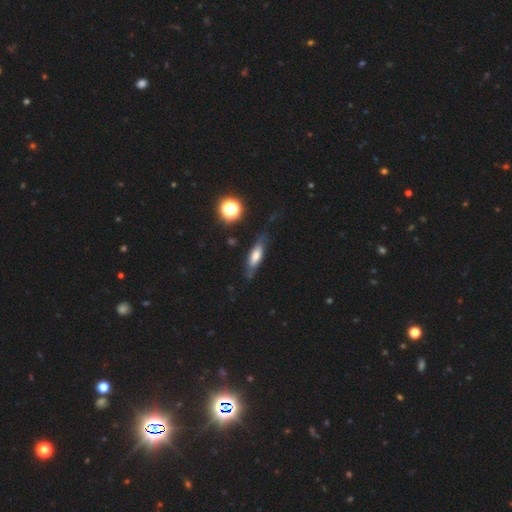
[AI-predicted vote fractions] smooth 54%, featured or disk 37%, star or artifact 9%. Down the decision tree: how rounded — cigar-shaped (54%); merging — none (66%).